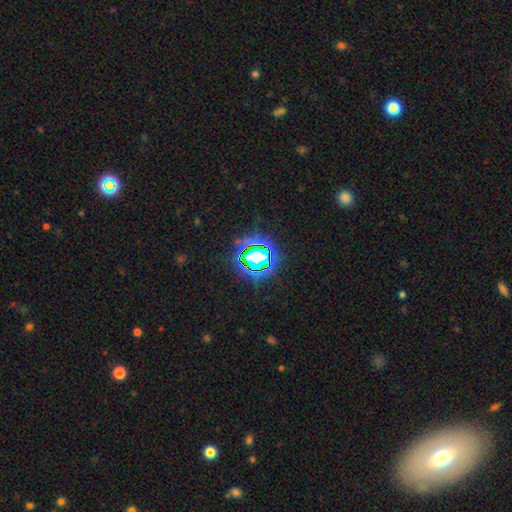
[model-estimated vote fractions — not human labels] The model was most divided on "smooth or featured": star or artifact: 70%, smooth: 19%, featured or disk: 12%.